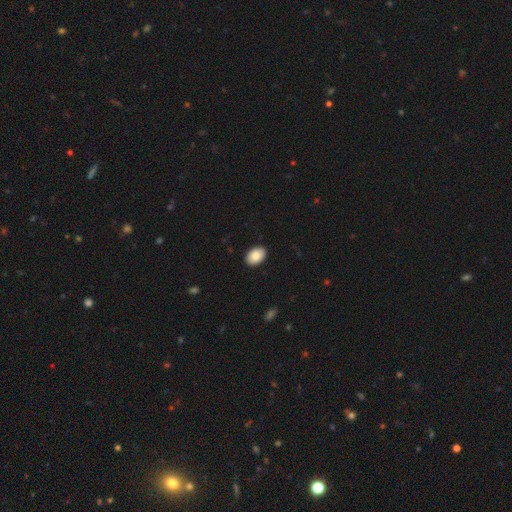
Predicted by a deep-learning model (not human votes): Overall: smooth (85%). How rounded: in between (88%). Merging: none (91%).